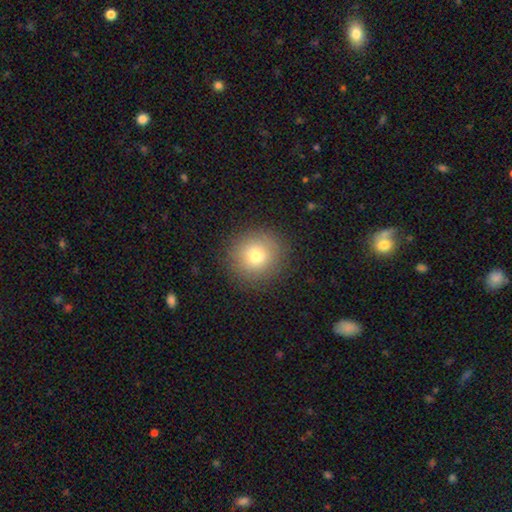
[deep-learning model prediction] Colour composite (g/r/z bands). It shows a smooth galaxy with no disk features (76%) that is round (93%). Merging: none (88%).